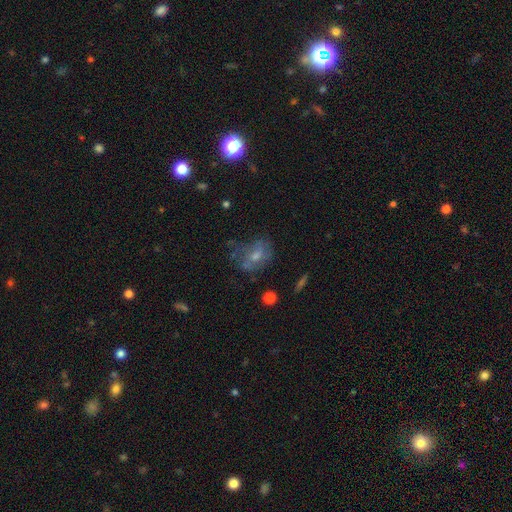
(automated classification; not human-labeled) featured or disk 46%, smooth 34%, star or artifact 20%. Down the decision tree: merging — none (51%).